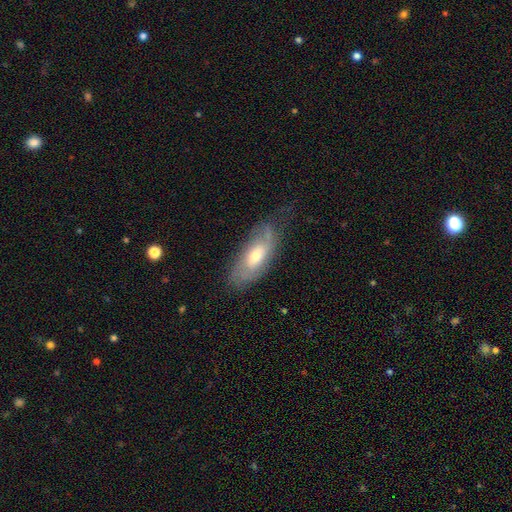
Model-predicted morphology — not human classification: This appears to be a featured or disk galaxy (51%). Merging: none (57%).